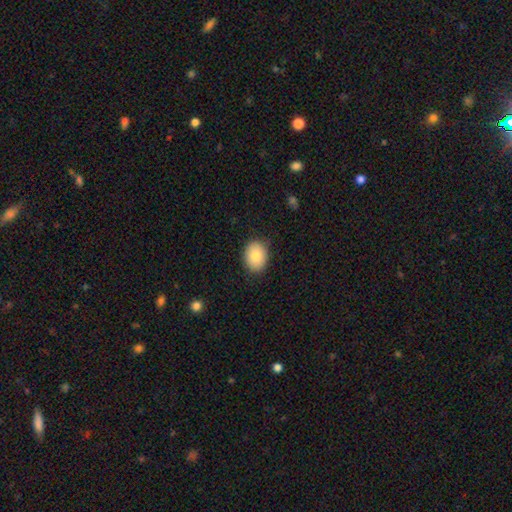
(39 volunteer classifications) Smooth or featured? smooth (92%)
How rounded? in between (86%)
Merging? none (89%)